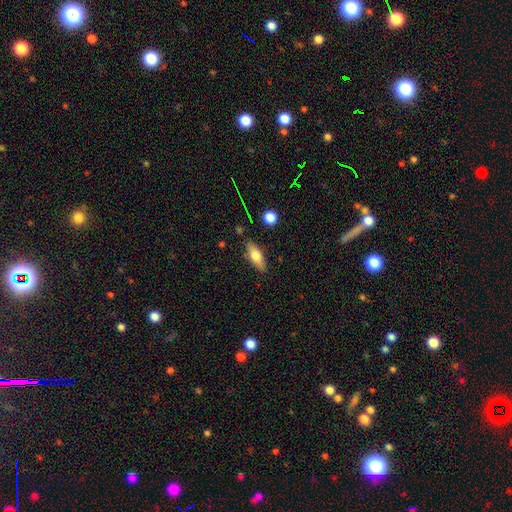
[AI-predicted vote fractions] A smooth galaxy with no disk features (67%) that is in between round and cigar-shaped (70%).

Vote fractions:
- Smooth or featured? smooth: 67% / featured or disk: 26% / star or artifact: 7%
- How rounded? in between: 70% / cigar-shaped: 27% / round: 4%
- Merging? none: 84% / minor disturbance: 11% / merger: 3% / major disturbance: 2%